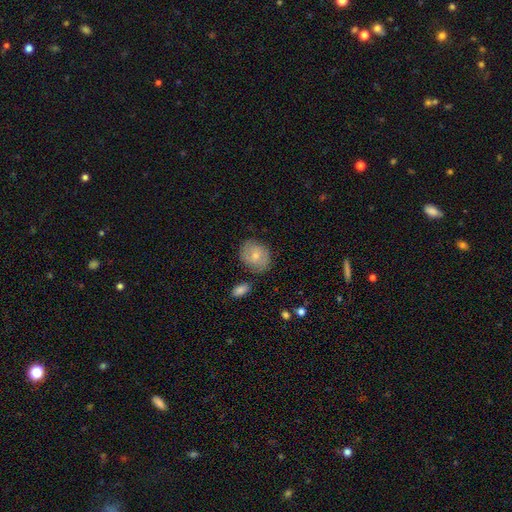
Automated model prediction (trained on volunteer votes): Smooth or featured? Predicted: smooth (p=0.60). How rounded? Predicted: round (p=0.53). Merging? Predicted: none (p=0.69).